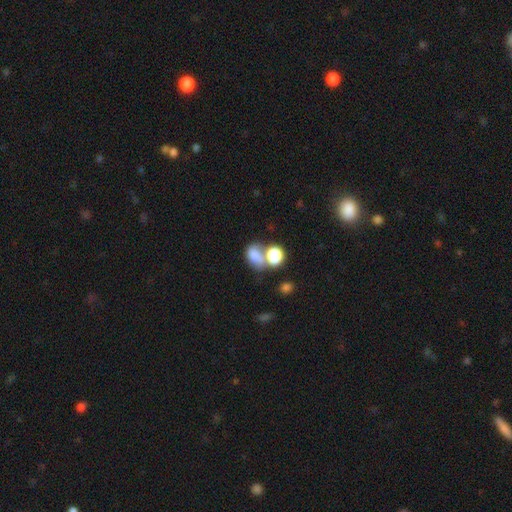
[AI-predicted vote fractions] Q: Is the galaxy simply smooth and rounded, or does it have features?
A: smooth — 74%.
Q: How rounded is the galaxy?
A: in between — 69%.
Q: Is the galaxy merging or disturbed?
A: merger — 54%.